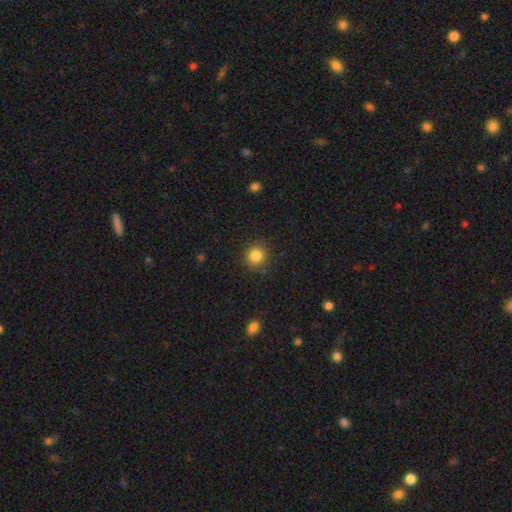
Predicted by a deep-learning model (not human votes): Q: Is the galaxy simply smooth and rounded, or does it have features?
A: smooth — 85%.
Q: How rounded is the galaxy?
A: round — 90%.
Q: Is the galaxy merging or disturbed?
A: none — 87%.